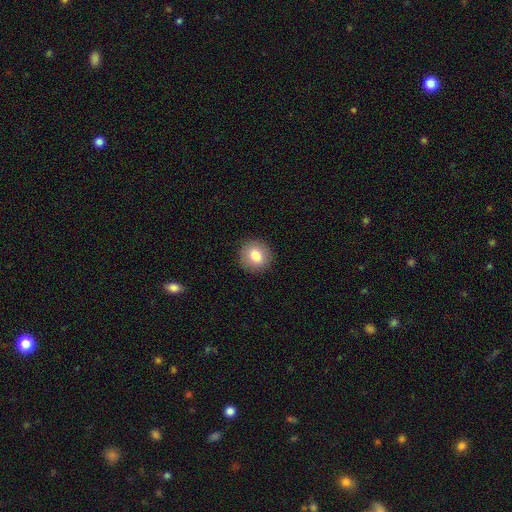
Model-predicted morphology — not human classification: A smooth galaxy with no disk features (82%) that is round (83%).

Vote fractions:
- Smooth or featured? smooth: 82% / featured or disk: 10% / star or artifact: 8%
- How rounded? round: 83% / in between: 16% / cigar-shaped: 1%
- Merging? none: 90% / minor disturbance: 7% / major disturbance: 2% / merger: 1%